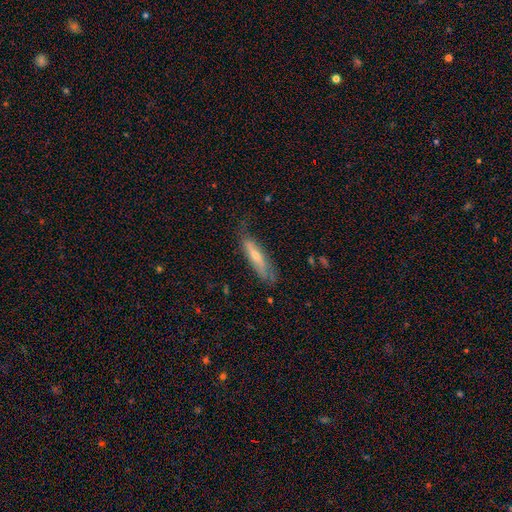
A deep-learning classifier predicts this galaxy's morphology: A smooth galaxy with no disk features (49%).

Vote fractions:
- Smooth or featured? smooth: 49% / featured or disk: 44% / star or artifact: 7%
- Merging? none: 66% / minor disturbance: 25% / major disturbance: 7% / merger: 2%